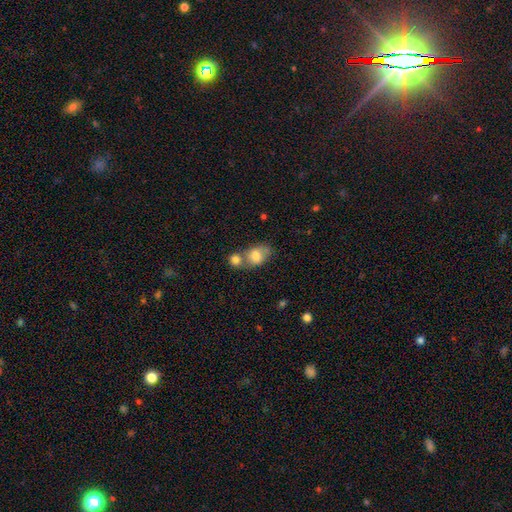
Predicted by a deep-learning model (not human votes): Morphology: type=smooth (75%); roundness=in between (74%); merging=merger (45%).